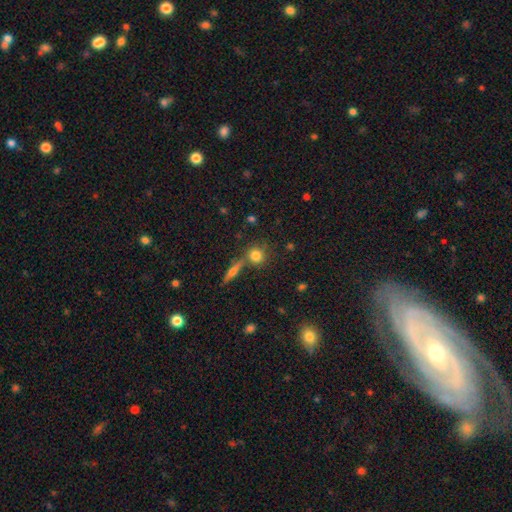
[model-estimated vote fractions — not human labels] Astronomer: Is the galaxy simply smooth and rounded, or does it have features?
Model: smooth — 77%.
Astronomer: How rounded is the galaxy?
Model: round — 85%.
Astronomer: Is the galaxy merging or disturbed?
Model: none — 71%.